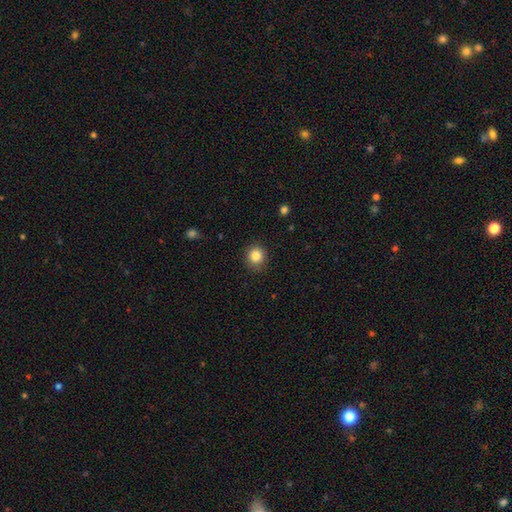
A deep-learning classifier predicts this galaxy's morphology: A smooth galaxy with no disk features (85%) that is round (87%). Merging: none (88%).